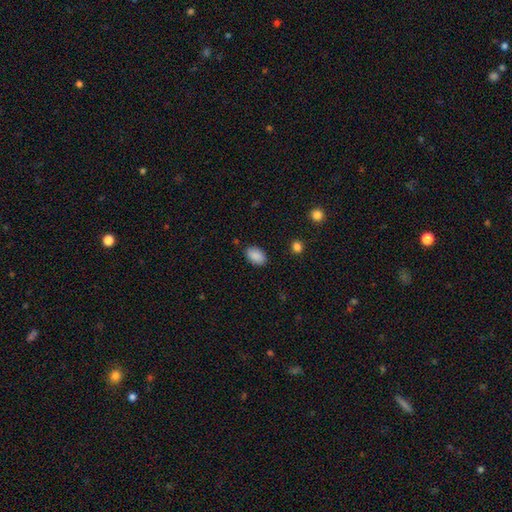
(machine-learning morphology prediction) A smooth galaxy with no disk features (89%) that is in between round and cigar-shaped (91%).

Vote fractions:
- Smooth or featured? smooth: 89% / star or artifact: 7% / featured or disk: 3%
- How rounded? in between: 91% / round: 7% / cigar-shaped: 1%
- Merging? none: 86% / minor disturbance: 10% / major disturbance: 2% / merger: 1%